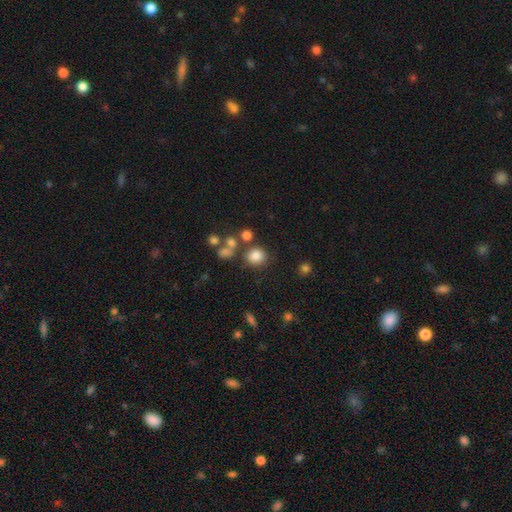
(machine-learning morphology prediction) This is clearly a smooth galaxy (80%). How rounded: clearly round (82%). Merging: likely none (74%).